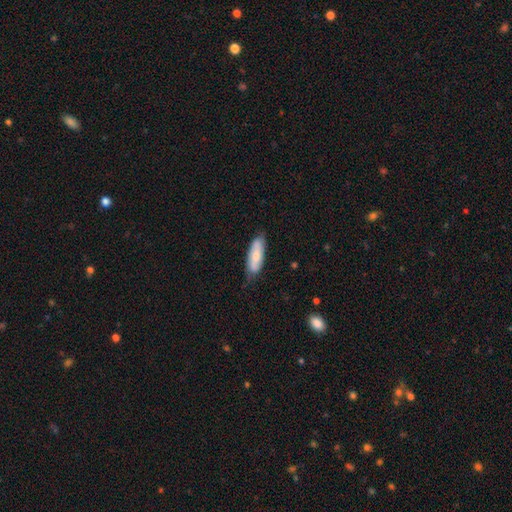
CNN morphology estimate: This is likely a smooth galaxy (66%). How rounded: possibly in between (58%). Merging: likely none (72%).